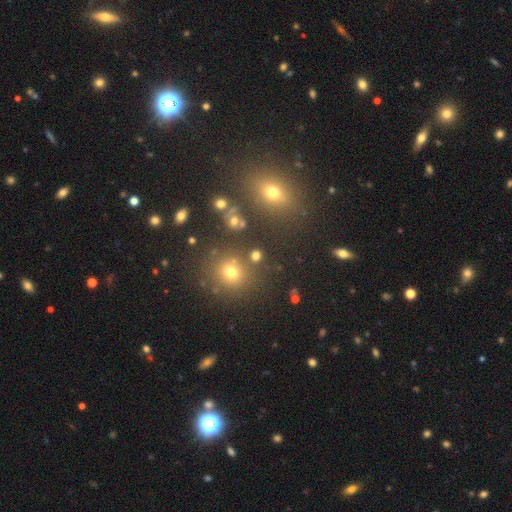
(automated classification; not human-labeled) Overall: smooth (69%). How rounded: round (83%). Merging: none (78%).